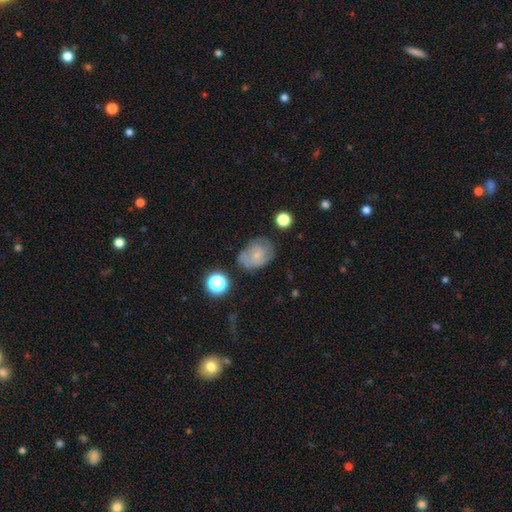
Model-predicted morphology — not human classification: Overall: smooth (51%; featured or disk 38%). How rounded: in between (61%; round 38%). Merging: none (57%; minor disturbance 28%).